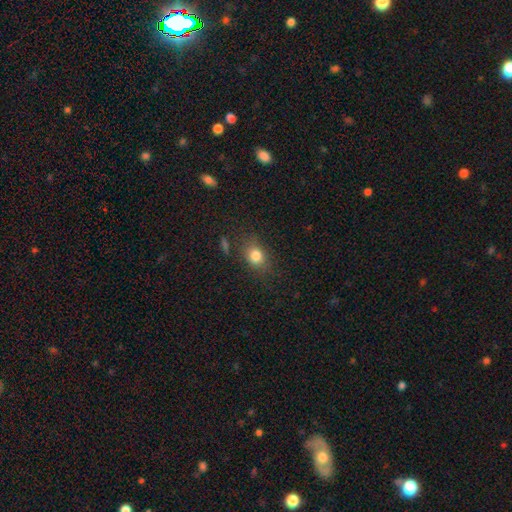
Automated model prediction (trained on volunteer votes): smooth 81%, star or artifact 11%, featured or disk 8%. Down the decision tree: how rounded — in between (55%); merging — none (75%).